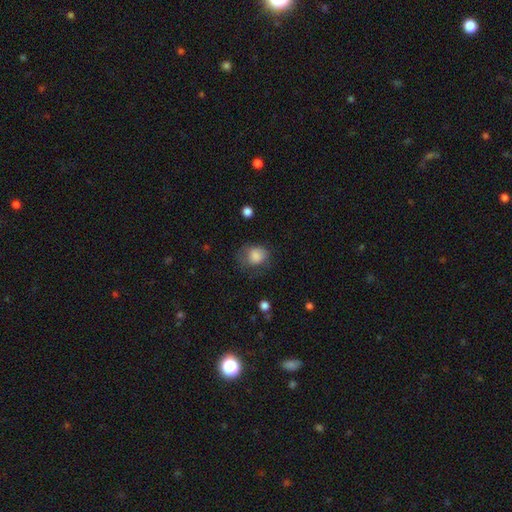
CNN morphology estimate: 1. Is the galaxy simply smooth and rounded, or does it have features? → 80% smooth, 11% featured or disk, 9% star or artifact.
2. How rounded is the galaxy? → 56% round, 44% in between, 1% cigar-shaped.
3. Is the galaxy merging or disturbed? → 50% none, 28% minor disturbance, 20% major disturbance, 2% merger.